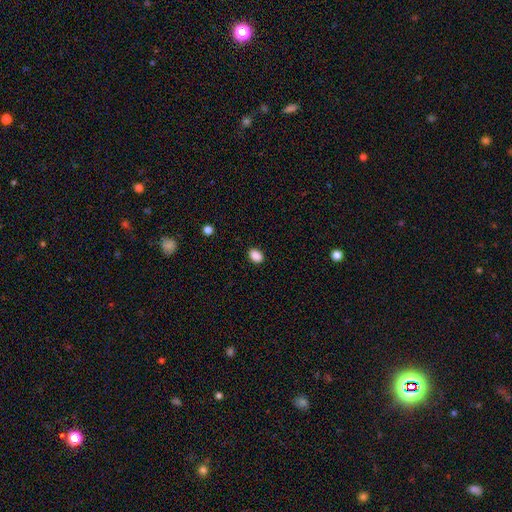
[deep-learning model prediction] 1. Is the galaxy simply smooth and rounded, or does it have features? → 89% smooth, 9% star or artifact, 2% featured or disk.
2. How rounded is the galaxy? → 76% in between, 23% round, 1% cigar-shaped.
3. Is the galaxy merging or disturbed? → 89% none, 8% minor disturbance, 2% major disturbance, 1% merger.